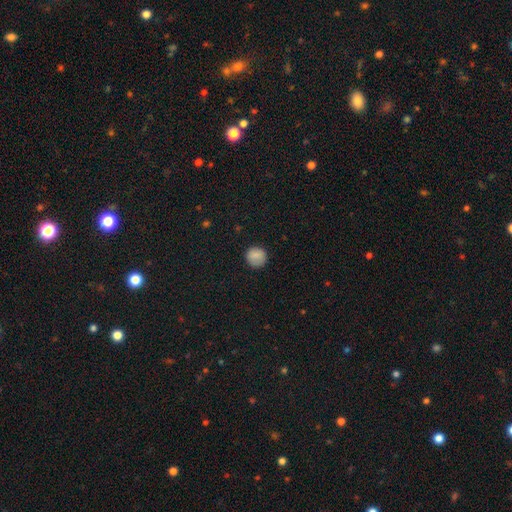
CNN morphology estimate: Q: Smooth or featured?
A: smooth (86%); runner-up: star or artifact (9%)
Q: How rounded?
A: round (91%); runner-up: in between (8%)
Q: Merging?
A: none (86%); runner-up: minor disturbance (10%)